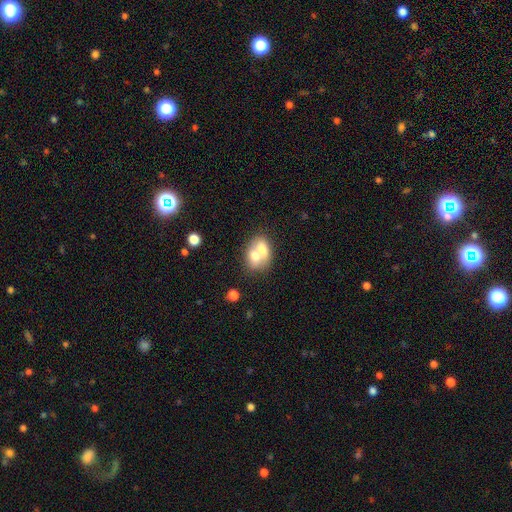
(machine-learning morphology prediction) smooth-or-featured: smooth: 65% | featured or disk: 27% | star or artifact: 8%
  how-rounded: in between: 64% | round: 35% | cigar-shaped: 1%
  merging: merger: 69% | none: 20% | minor disturbance: 7% | major disturbance: 4%